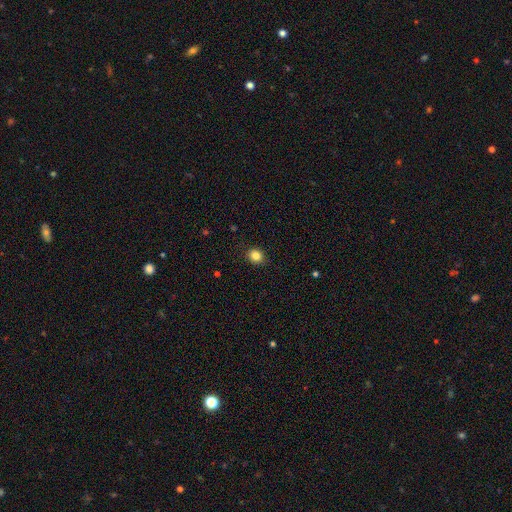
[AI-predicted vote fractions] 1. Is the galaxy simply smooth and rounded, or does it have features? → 84% smooth, 11% star or artifact, 5% featured or disk.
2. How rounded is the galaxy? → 69% round, 30% in between, 1% cigar-shaped.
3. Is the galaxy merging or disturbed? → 89% none, 8% minor disturbance, 2% major disturbance, 1% merger.